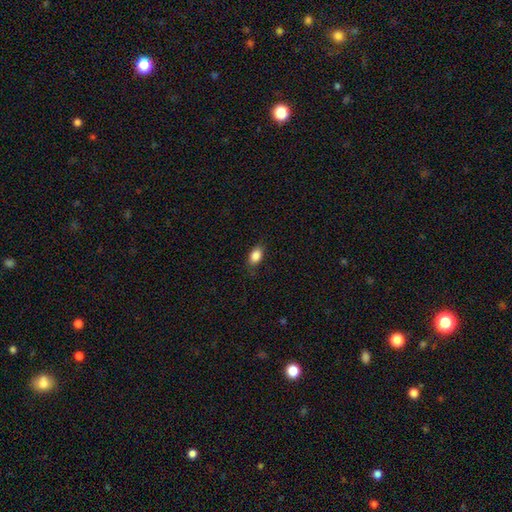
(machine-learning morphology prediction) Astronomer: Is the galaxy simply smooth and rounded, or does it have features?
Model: smooth — 87%.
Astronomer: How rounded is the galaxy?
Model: in between — 87%.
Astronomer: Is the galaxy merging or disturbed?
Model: none — 83%.